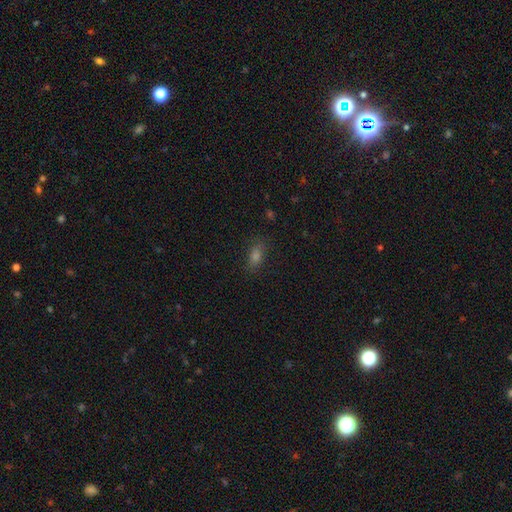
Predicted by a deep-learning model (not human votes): Smooth or featured: smooth — 69% (star or artifact — 21%)
How rounded: in between — 79% (round — 11%)
Merging: none — 84% (minor disturbance — 11%)